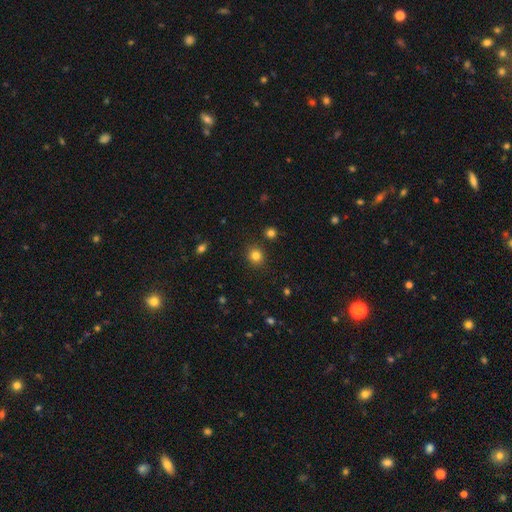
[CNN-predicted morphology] smooth-or-featured: smooth: 82% | star or artifact: 13% | featured or disk: 5%
  how-rounded: round: 85% | in between: 14% | cigar-shaped: 1%
  merging: none: 88% | minor disturbance: 7% | merger: 3% | major disturbance: 2%